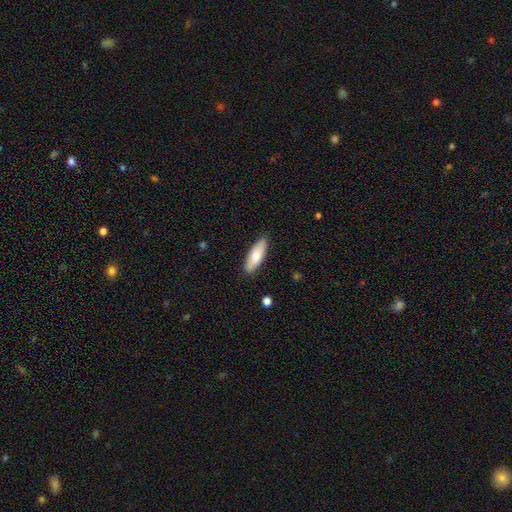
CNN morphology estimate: Smooth or featured? smooth (73%)
How rounded? in between (62%)
Merging? none (88%)